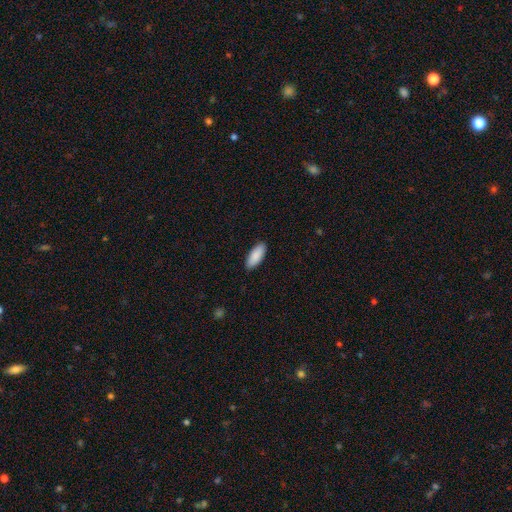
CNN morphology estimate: type=smooth (90%); roundness=in between (80%); merging=none (90%).